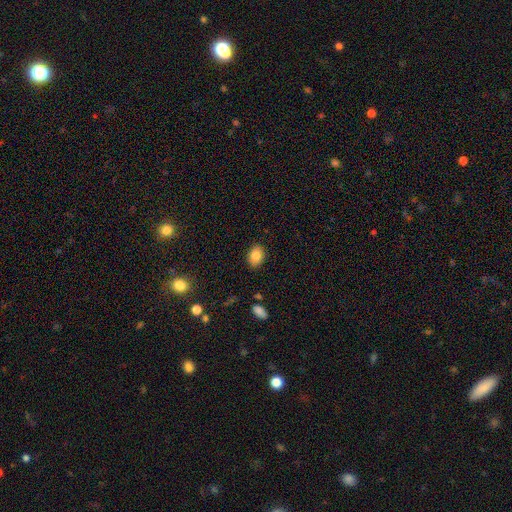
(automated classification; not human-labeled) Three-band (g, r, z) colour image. It shows a smooth galaxy with no disk features (83%) that is in between round and cigar-shaped (75%). Merging: none (87%).